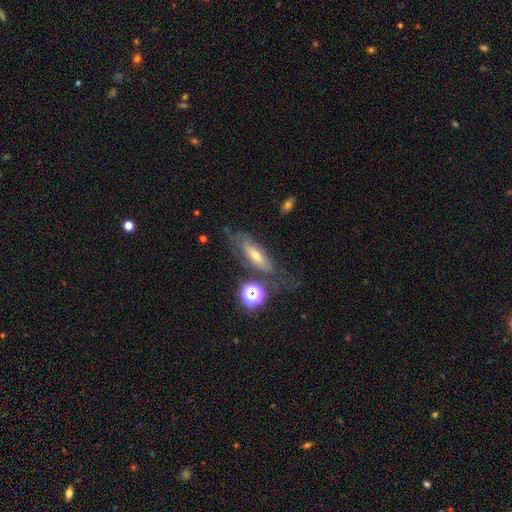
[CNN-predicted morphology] Smooth or featured?
  - featured or disk: 44% *
  - smooth: 41%
  - star or artifact: 15%
Merging?
  - none: 55% *
  - minor disturbance: 23%
  - major disturbance: 16%
  - merger: 6%